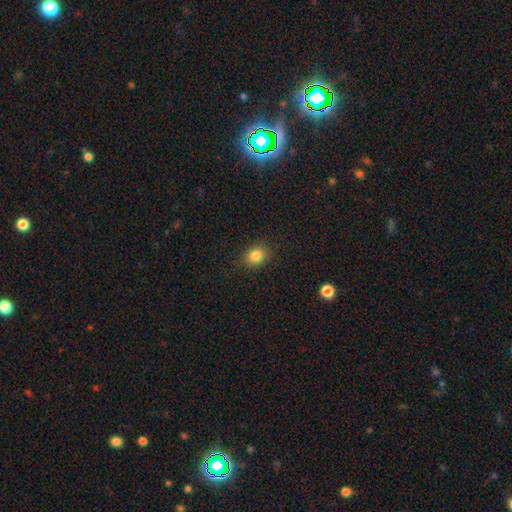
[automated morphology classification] Smooth or featured: smooth — 83% (star or artifact — 11%)
How rounded: round — 57% (in between — 42%)
Merging: none — 88% (minor disturbance — 8%)